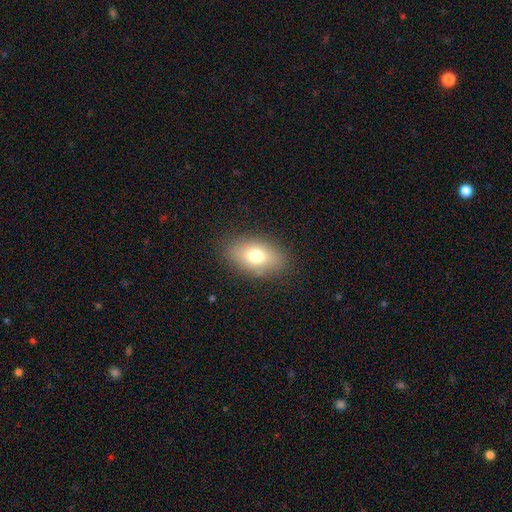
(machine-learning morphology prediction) A smooth galaxy with no disk features (74%) that is in between round and cigar-shaped (87%). Merging: none (84%).